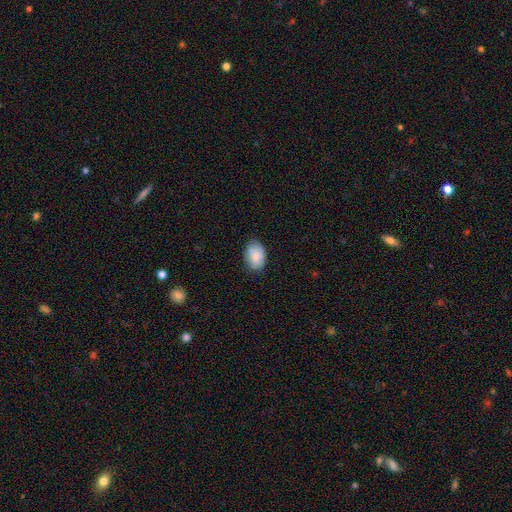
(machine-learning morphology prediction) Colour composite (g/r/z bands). It shows a smooth galaxy with no disk features (84%) that is in between round and cigar-shaped (87%). Merging: none (77%).